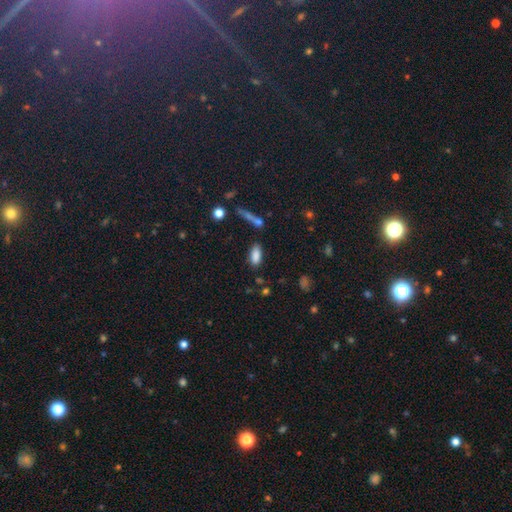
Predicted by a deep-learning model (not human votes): This is clearly a smooth galaxy (85%). How rounded: clearly in between (82%). Merging: likely none (78%).